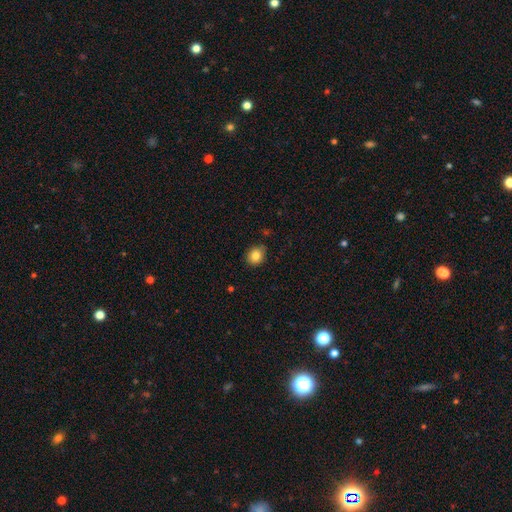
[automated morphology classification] The model was most divided on "how rounded": round: 63%, in between: 36%, cigar-shaped: 1%. More confident: smooth or featured — smooth (84%); merging — none (83%).